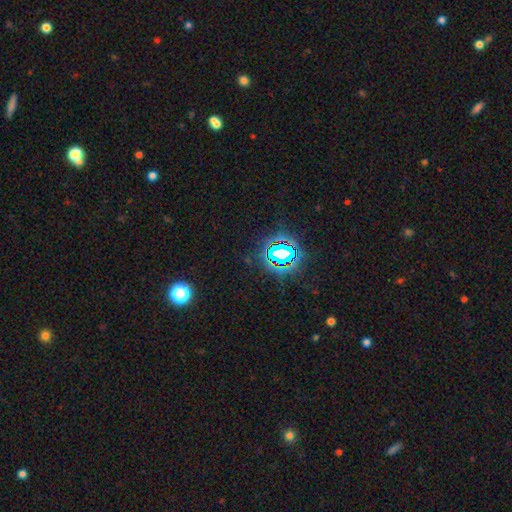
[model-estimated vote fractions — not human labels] Morphology: type=star or artifact (82%).